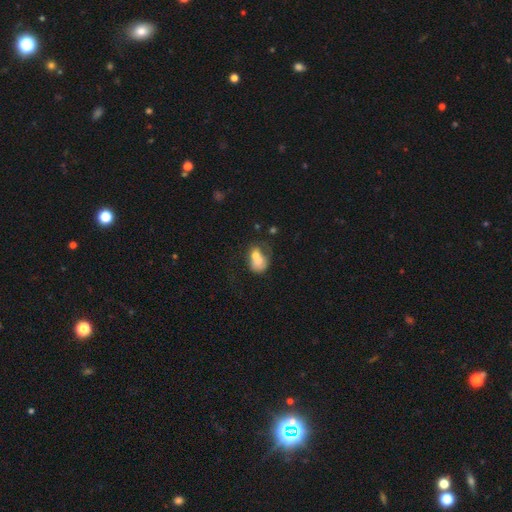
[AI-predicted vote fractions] Overall: smooth (61%; featured or disk 30%). How rounded: in between (63%; round 36%). Merging: merger (63%).